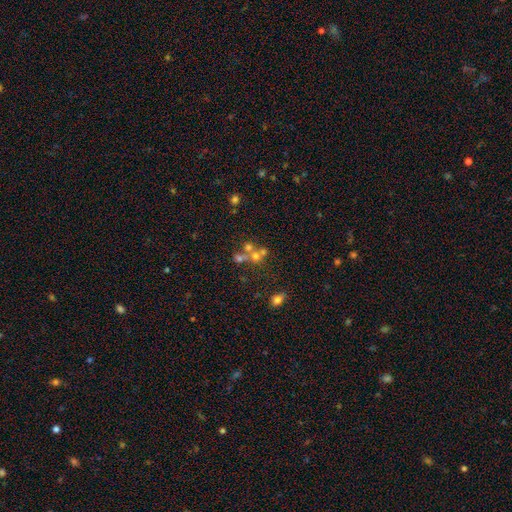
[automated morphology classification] Smooth or featured? smooth (43%)
Merging? merger (45%)